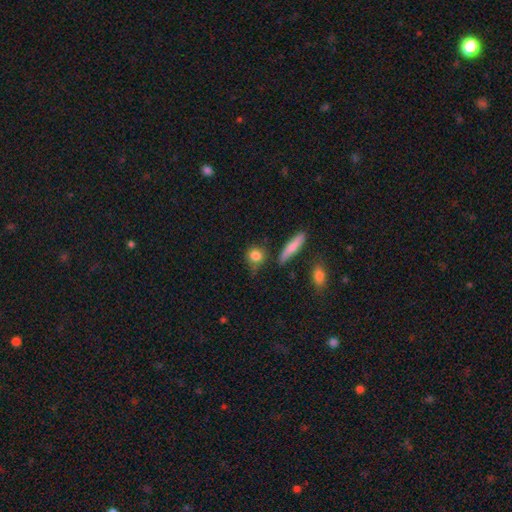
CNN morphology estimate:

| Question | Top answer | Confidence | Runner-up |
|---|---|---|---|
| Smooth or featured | smooth | 82% | featured or disk (10%) |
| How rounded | round | 72% | in between (20%) |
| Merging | none | 67% | minor disturbance (19%) |